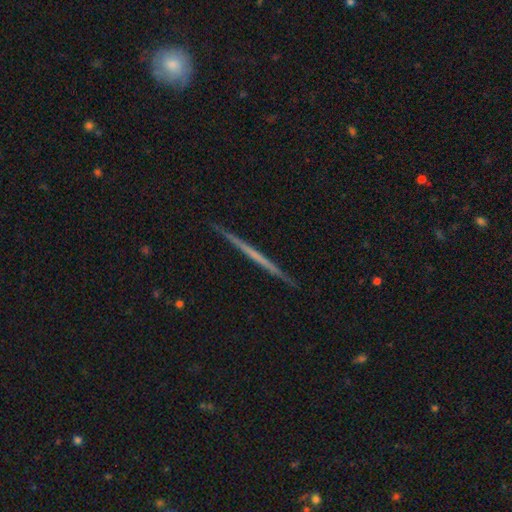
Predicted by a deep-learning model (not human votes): Q: Smooth or featured?
A: featured or disk (65%); runner-up: smooth (29%)
Q: Edge-on disk?
A: yes (98%); runner-up: no (2%)
Q: Edge-on bulge?
A: none (91%); runner-up: rounded (6%)
Q: Merging?
A: none (92%); runner-up: minor disturbance (5%)